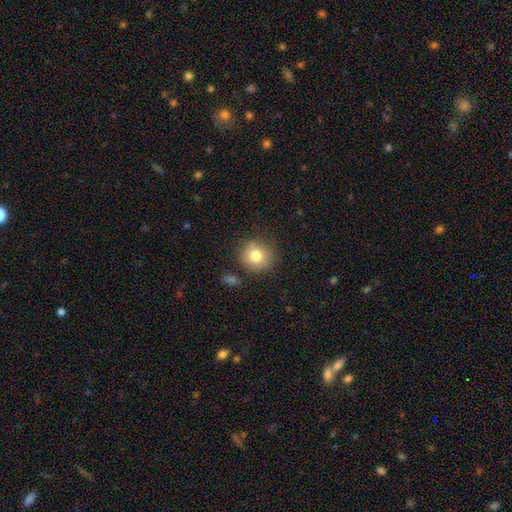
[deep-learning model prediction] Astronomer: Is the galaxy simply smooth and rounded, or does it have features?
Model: smooth — 80%.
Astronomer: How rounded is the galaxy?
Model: round — 90%.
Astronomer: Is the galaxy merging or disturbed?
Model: none — 82%.